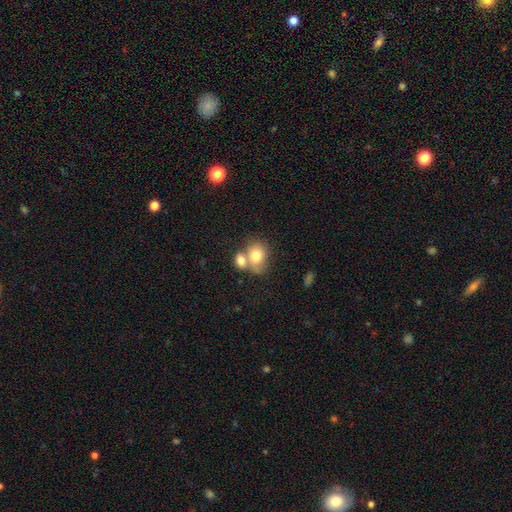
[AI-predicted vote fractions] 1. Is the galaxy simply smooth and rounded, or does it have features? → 75% smooth, 17% featured or disk, 8% star or artifact.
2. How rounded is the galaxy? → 52% round, 47% in between, 1% cigar-shaped.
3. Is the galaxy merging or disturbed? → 59% merger, 27% none, 10% minor disturbance, 5% major disturbance.